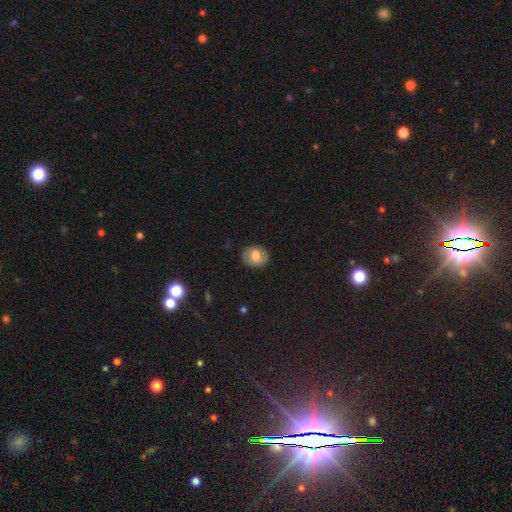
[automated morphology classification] Q: Smooth or featured?
A: smooth (62%); runner-up: featured or disk (30%)
Q: How rounded?
A: in between (50%); runner-up: round (48%)
Q: Merging?
A: none (83%); runner-up: minor disturbance (13%)